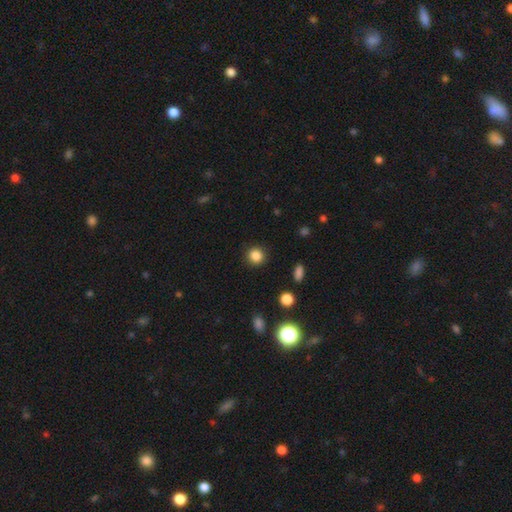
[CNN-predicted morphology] This is clearly a smooth galaxy (85%). How rounded: clearly round (91%). Merging: clearly none (91%).